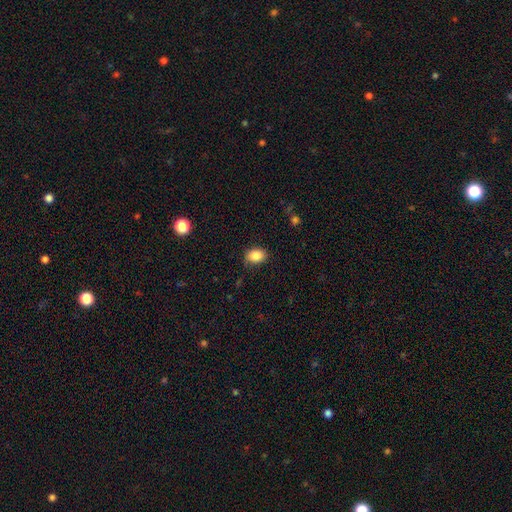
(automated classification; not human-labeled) Smooth or featured: smooth — 86% (star or artifact — 8%)
How rounded: in between — 76% (round — 23%)
Merging: none — 77% (minor disturbance — 18%)